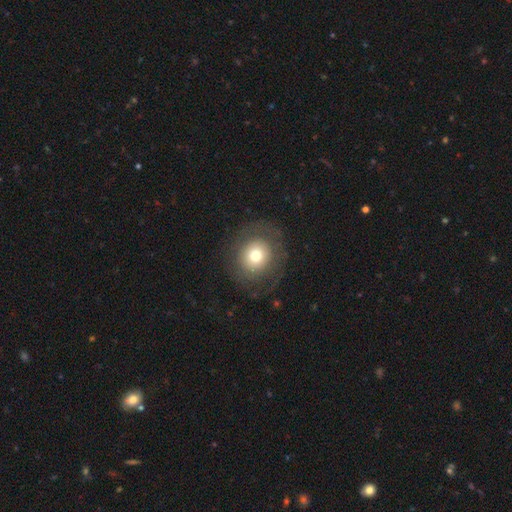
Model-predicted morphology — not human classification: Smooth or featured? Predicted: smooth (p=0.65). How rounded? Predicted: round (p=0.86). Merging? Predicted: none (p=0.78).